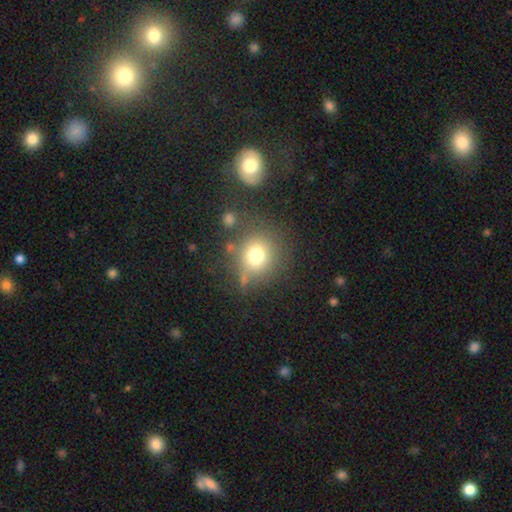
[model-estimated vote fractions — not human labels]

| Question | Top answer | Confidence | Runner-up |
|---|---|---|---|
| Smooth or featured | smooth | 74% | star or artifact (14%) |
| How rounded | round | 83% | in between (16%) |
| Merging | none | 71% | minor disturbance (14%) |